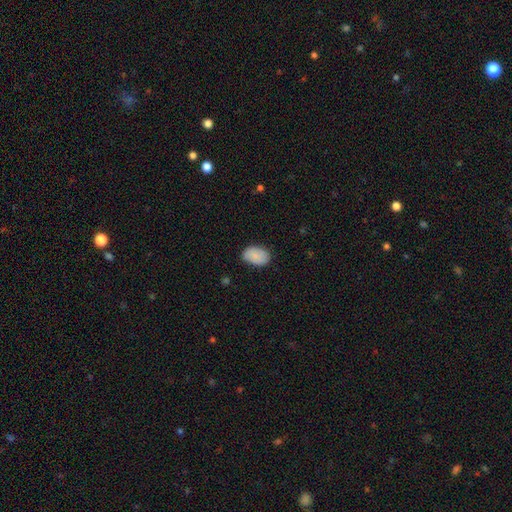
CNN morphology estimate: A smooth galaxy with no disk features (85%) that is in between round and cigar-shaped (89%).

Vote fractions:
- Smooth or featured? smooth: 85% / featured or disk: 8% / star or artifact: 7%
- How rounded? in between: 89% / round: 10% / cigar-shaped: 1%
- Merging? none: 73% / minor disturbance: 22% / major disturbance: 4% / merger: 1%